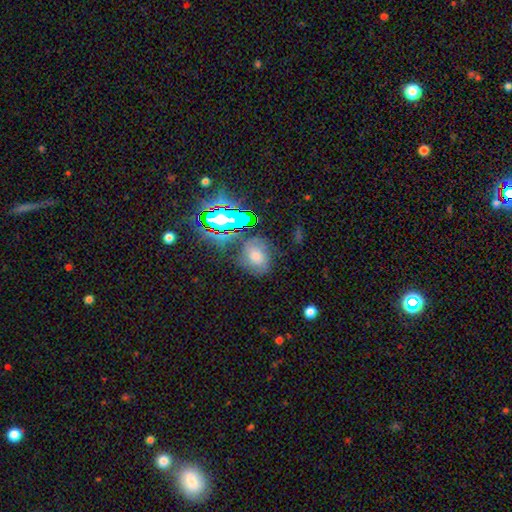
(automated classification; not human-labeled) Smooth or featured: smooth — 43% (star or artifact — 33%)
Merging: none — 66% (minor disturbance — 20%)